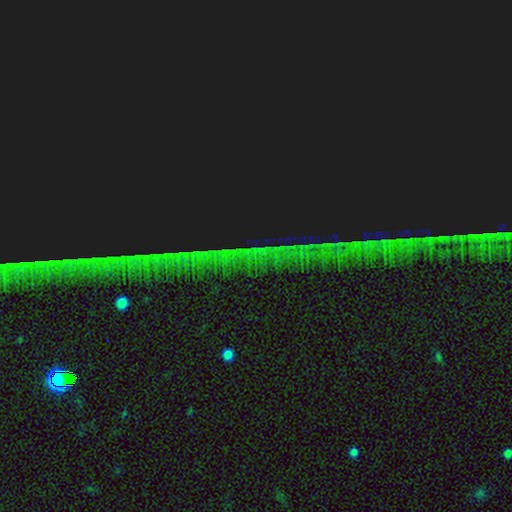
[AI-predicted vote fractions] star or artifact 83%, smooth 8%, featured or disk 8%.